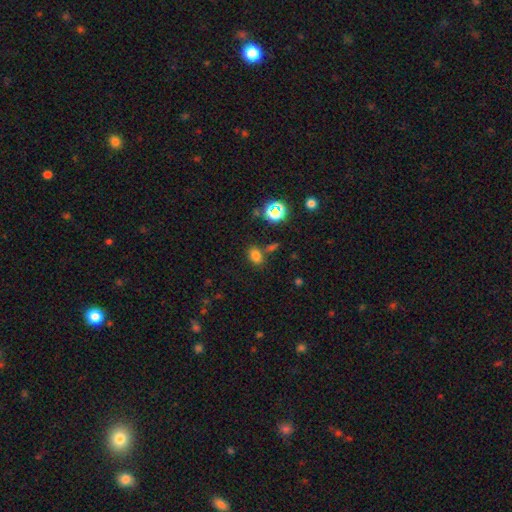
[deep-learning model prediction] This appears to be a smooth galaxy with no disk features (75%) that is in between round and cigar-shaped (74%). Merging: none (70%).